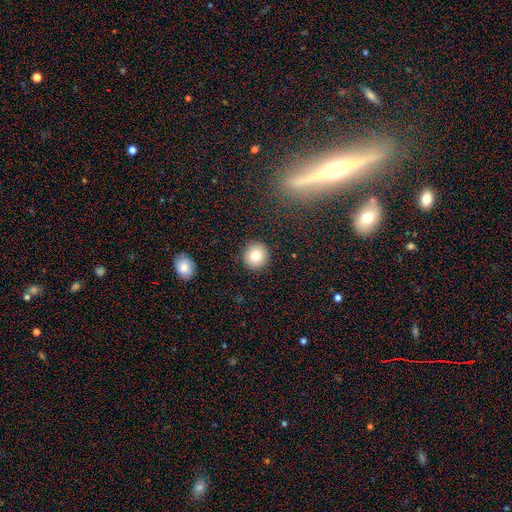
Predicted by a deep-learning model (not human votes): smooth 80%, star or artifact 10%, featured or disk 10%. Down the decision tree: how rounded — round (94%); merging — none (91%).